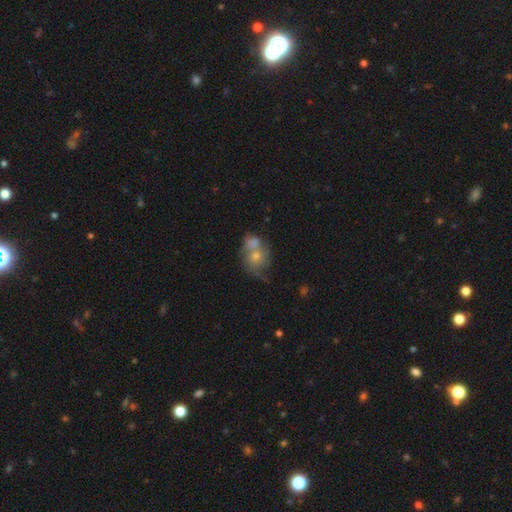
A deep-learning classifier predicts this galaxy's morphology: Smooth or featured?
  - smooth: 48% *
  - featured or disk: 39%
  - star or artifact: 14%
Merging?
  - merger: 50% *
  - none: 28%
  - minor disturbance: 13%
  - major disturbance: 9%